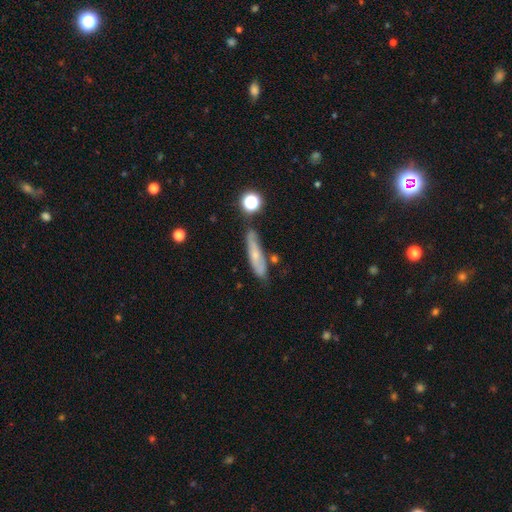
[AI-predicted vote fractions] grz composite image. It shows a smooth galaxy with no disk features (47%). Merging: none (63%).